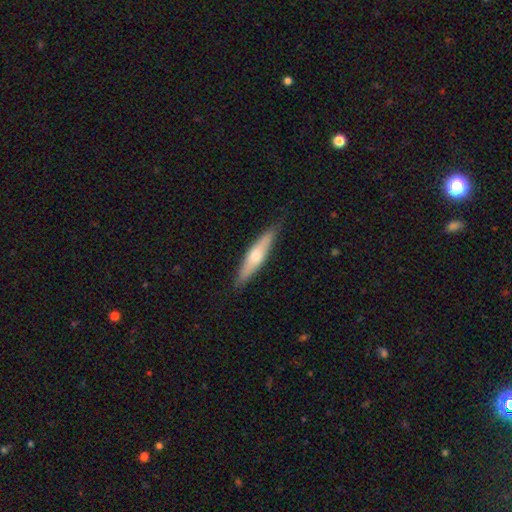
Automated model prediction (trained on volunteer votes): The model was most divided on "smooth or featured": featured or disk: 48%, smooth: 46%, star or artifact: 5%. More confident: merging — none (86%).